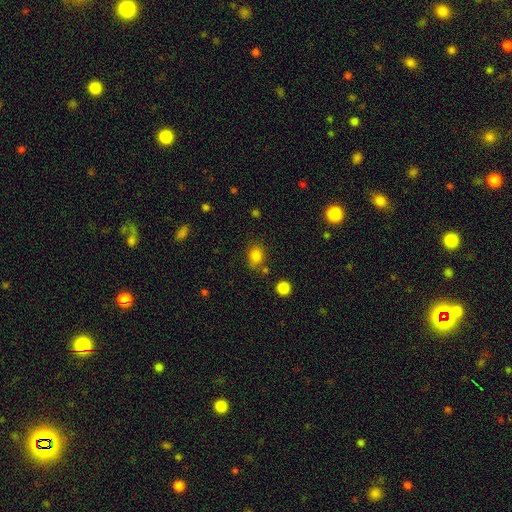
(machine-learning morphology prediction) Smooth or featured? Predicted: smooth (p=0.82). How rounded? Predicted: round (p=0.51). Merging? Predicted: none (p=0.72).